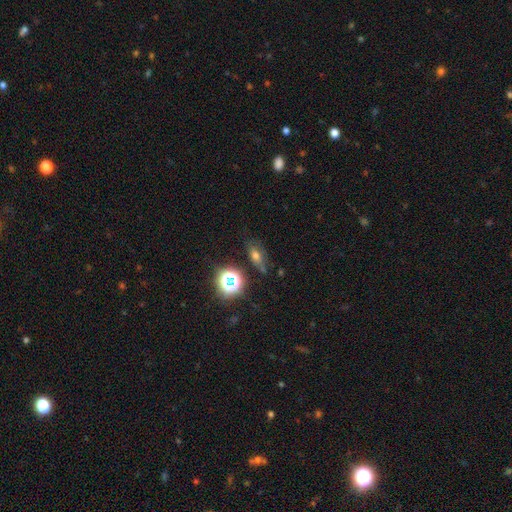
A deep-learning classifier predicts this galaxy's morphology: smooth_or_featured: smooth (p=0.55) [alt: star or artifact p=0.27]
how_rounded: in between (p=0.67) [alt: round p=0.20]
merging: none (p=0.66) [alt: minor disturbance p=0.22]